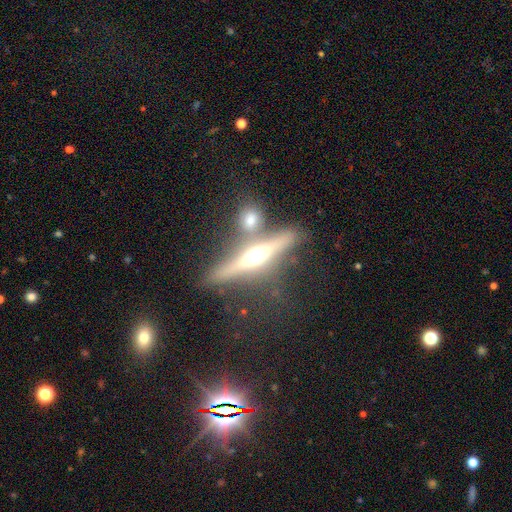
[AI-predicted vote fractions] Overall: featured or disk (74%). Edge-on disk: yes (95%). Edge-on bulge: rounded (93%). Merging: none (66%).